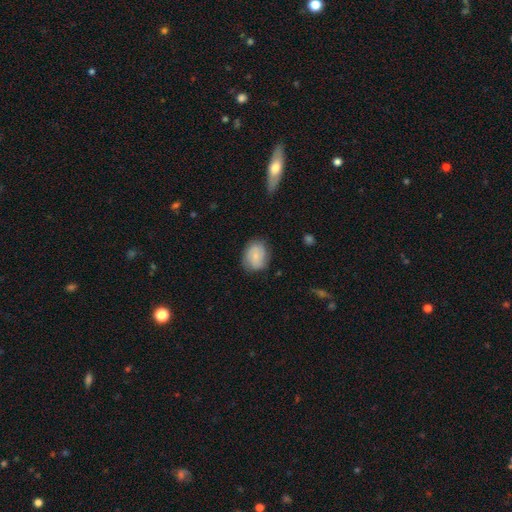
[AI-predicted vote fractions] This is likely a smooth galaxy (61%). How rounded: possibly in between (53%). Merging: likely none (76%).